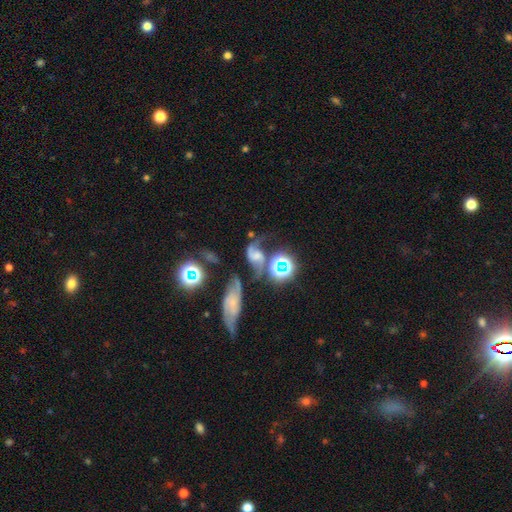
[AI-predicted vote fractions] Smooth or featured? Predicted: featured or disk (p=0.67). Edge-on disk? Predicted: no (p=0.96). Bar? Predicted: no (p=0.47). Spiral arms? Predicted: yes (p=0.93). Spiral winding? Predicted: loose (p=0.67). Spiral arm count? Predicted: 2 (p=0.88). Bulge size? Predicted: small (p=0.29). Merging? Predicted: none (p=0.38).